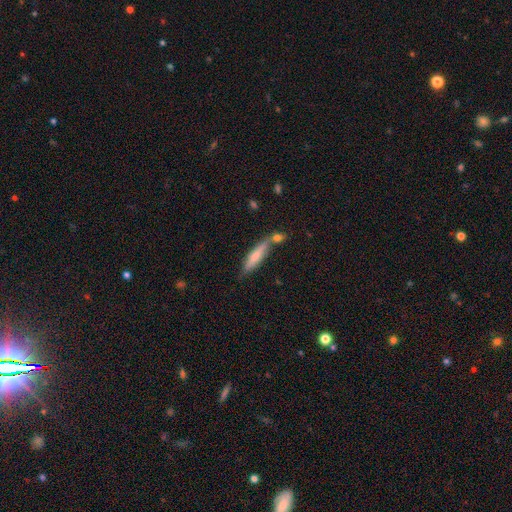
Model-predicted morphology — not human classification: Smooth or featured?
  - smooth: 63% *
  - featured or disk: 31%
  - star or artifact: 6%
How rounded?
  - cigar-shaped: 79% *
  - in between: 20%
  - round: 2%
Merging?
  - none: 54% *
  - merger: 25%
  - minor disturbance: 17%
  - major disturbance: 5%